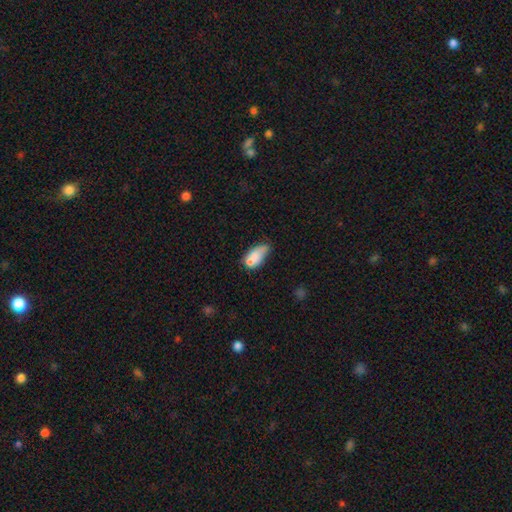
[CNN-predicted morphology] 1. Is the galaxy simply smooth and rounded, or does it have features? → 72% smooth, 20% featured or disk, 9% star or artifact.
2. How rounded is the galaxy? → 87% in between, 7% round, 6% cigar-shaped.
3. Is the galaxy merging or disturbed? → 30% none (tied), 30% minor disturbance (tied), 25% merger, 15% major disturbance.